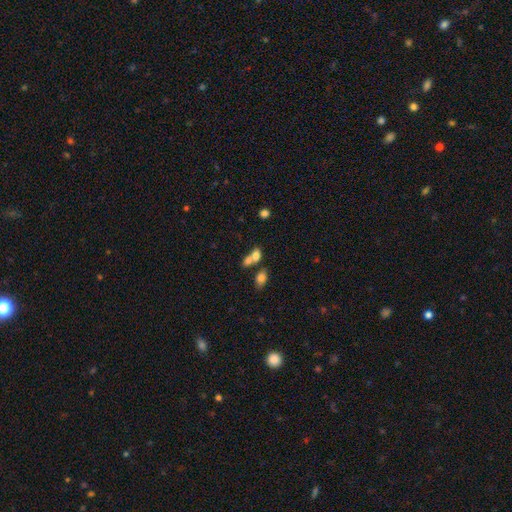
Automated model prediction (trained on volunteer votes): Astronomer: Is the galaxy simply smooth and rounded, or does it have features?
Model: smooth — 74%.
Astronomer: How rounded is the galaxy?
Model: in between — 79%.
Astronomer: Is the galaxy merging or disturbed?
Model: merger — 60%.